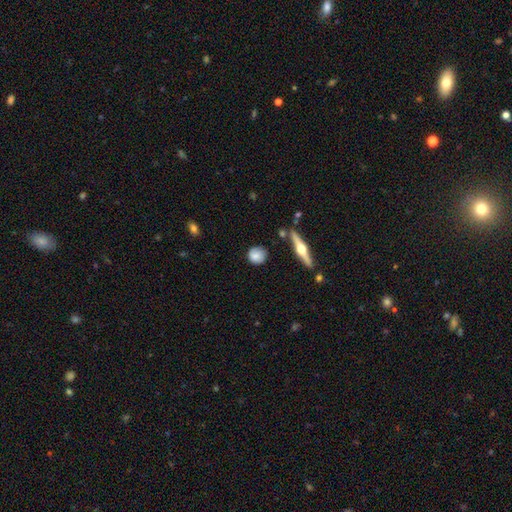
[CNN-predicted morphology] This is likely a smooth galaxy (73%). How rounded: clearly round (83%). Merging: clearly none (81%).